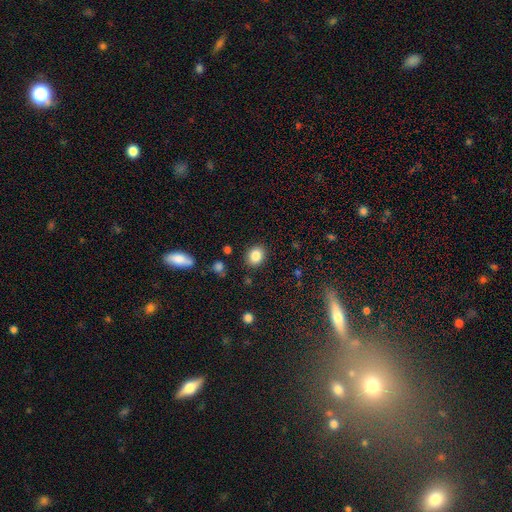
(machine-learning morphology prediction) The model was most divided on "how rounded": round: 54%, in between: 45%, cigar-shaped: 1%. More confident: merging — none (86%); smooth or featured — smooth (85%).